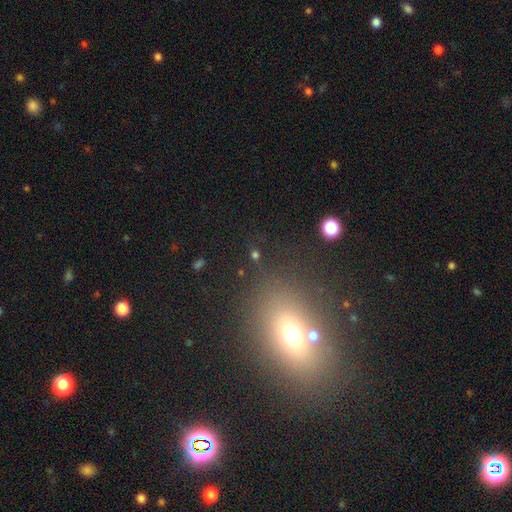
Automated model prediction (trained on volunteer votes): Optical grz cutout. It shows a smooth galaxy with no disk features (54%) that is round (49%). Merging: none (71%).